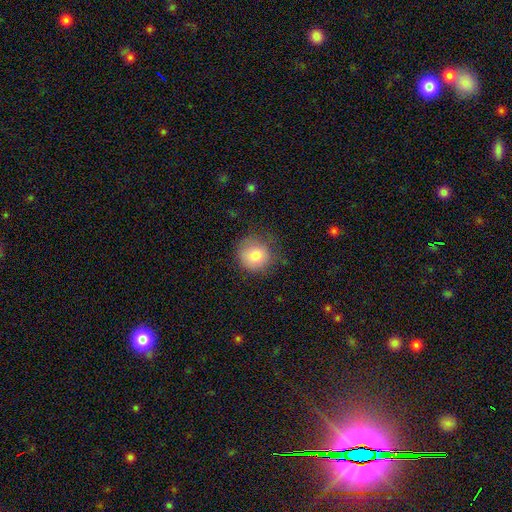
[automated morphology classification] Smooth or featured? Predicted: smooth (p=0.80). How rounded? Predicted: round (p=0.91). Merging? Predicted: none (p=0.71).